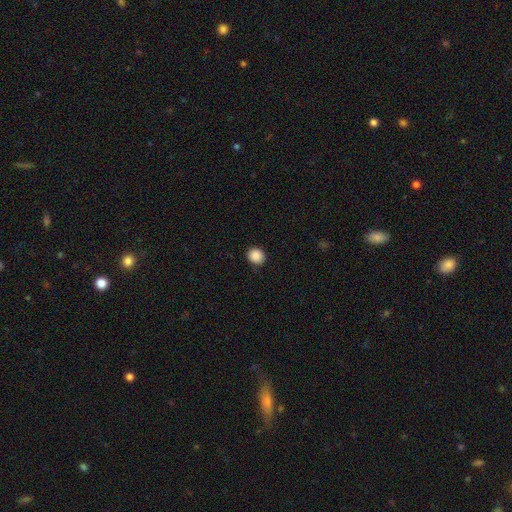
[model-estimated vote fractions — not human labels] Q: Smooth or featured?
A: smooth (89%); runner-up: star or artifact (9%)
Q: How rounded?
A: round (86%); runner-up: in between (13%)
Q: Merging?
A: none (90%); runner-up: minor disturbance (7%)